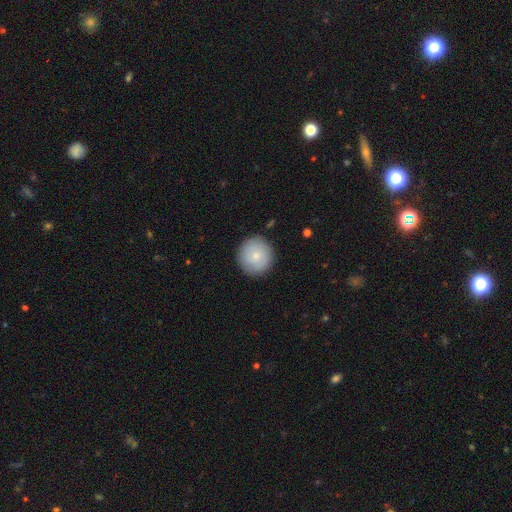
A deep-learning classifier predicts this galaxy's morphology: type=smooth (79%); roundness=round (93%); merging=none (89%).